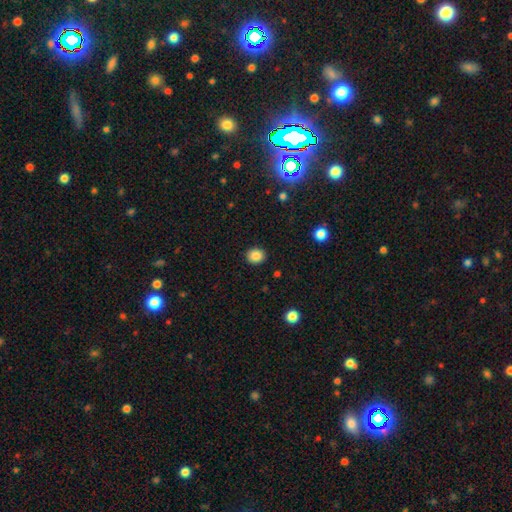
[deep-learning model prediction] Smooth or featured? Predicted: smooth (p=0.86). How rounded? Predicted: round (p=0.76). Merging? Predicted: none (p=0.91).